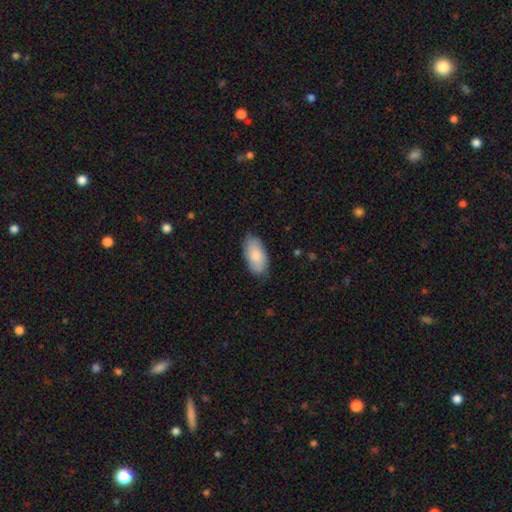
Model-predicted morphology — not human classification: Smooth or featured: smooth — 83% (featured or disk — 11%)
How rounded: in between — 93% (cigar-shaped — 5%)
Merging: none — 81% (minor disturbance — 16%)